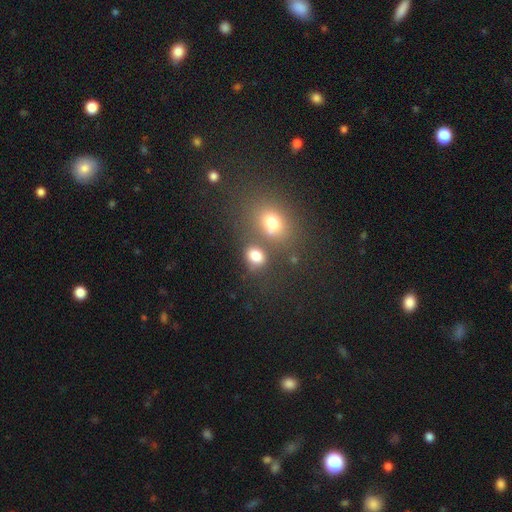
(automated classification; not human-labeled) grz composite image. It shows a smooth galaxy with no disk features (78%) that is in between round and cigar-shaped (55%). Merging: none (56%).